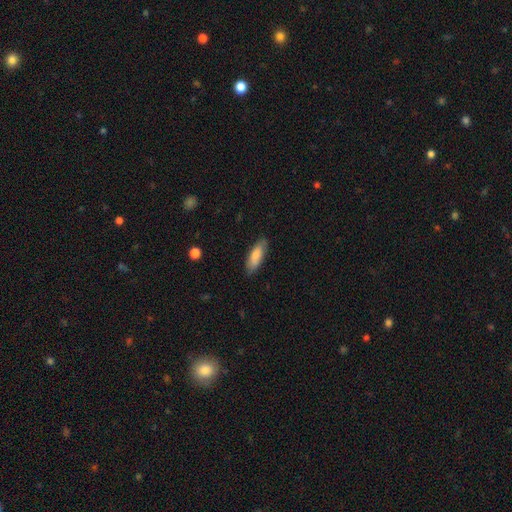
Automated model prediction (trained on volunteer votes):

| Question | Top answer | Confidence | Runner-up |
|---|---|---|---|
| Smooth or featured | smooth | 80% | featured or disk (14%) |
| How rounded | in between | 65% | cigar-shaped (33%) |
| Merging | none | 84% | minor disturbance (13%) |